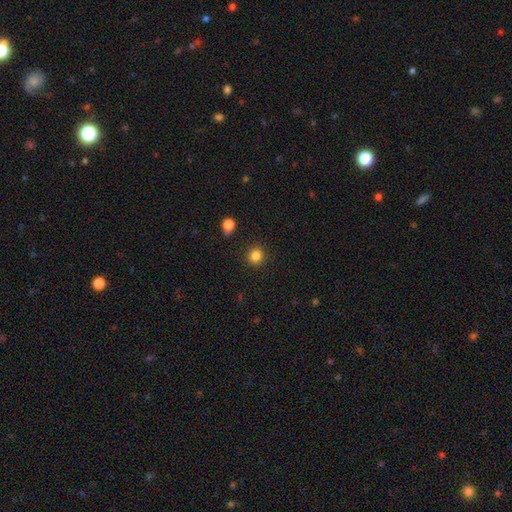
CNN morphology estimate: A smooth galaxy with no disk features (84%) that is round (89%).

Vote fractions:
- Smooth or featured? smooth: 84% / star or artifact: 12% / featured or disk: 4%
- How rounded? round: 89% / in between: 10% / cigar-shaped: 1%
- Merging? none: 89% / minor disturbance: 7% / major disturbance: 2% / merger: 2%